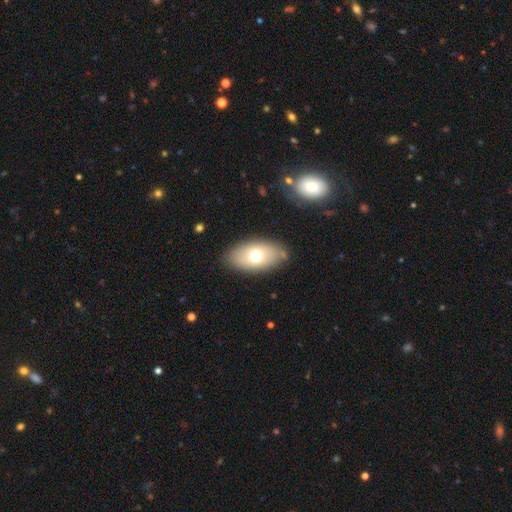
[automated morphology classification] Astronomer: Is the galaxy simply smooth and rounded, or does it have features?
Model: smooth — 67%.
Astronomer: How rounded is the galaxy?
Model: in between — 92%.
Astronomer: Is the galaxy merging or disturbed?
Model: none — 79%.